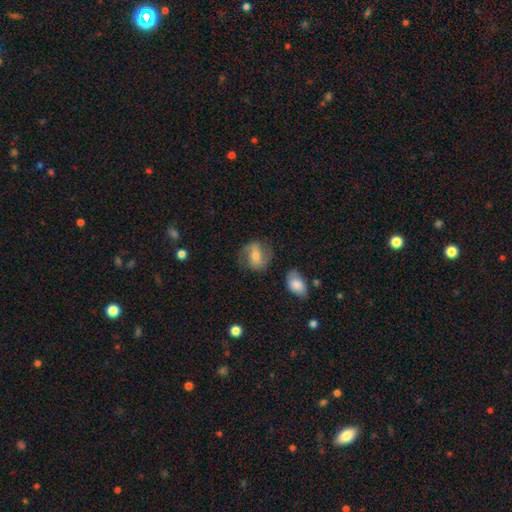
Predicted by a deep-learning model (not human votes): Morphology: type=featured or disk (53%); edge-on=no (95%); bar=weak (39%); spiral arms=yes (80%); bulge=moderate (54%); merging=none (73%).